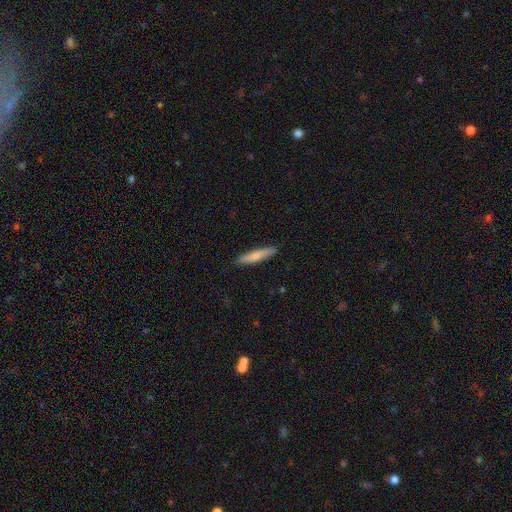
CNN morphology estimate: Smooth or featured? Predicted: smooth (p=0.72). How rounded? Predicted: cigar-shaped (p=0.90). Merging? Predicted: none (p=0.89).